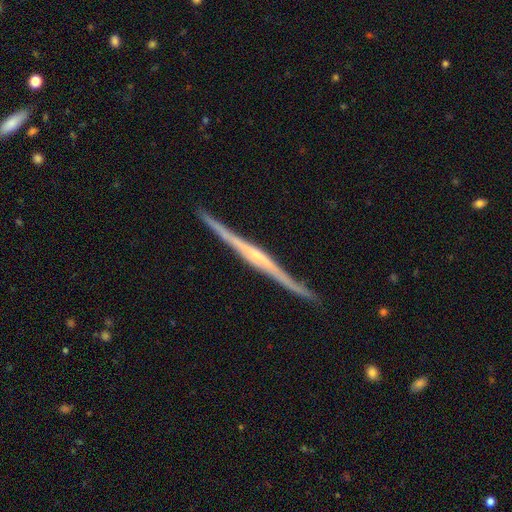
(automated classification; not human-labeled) This is clearly a featured or disk galaxy (85%). It is clearly viewed edge-on (98%). Edge-on bulge: possibly rounded (56%). Merging: clearly none (89%).